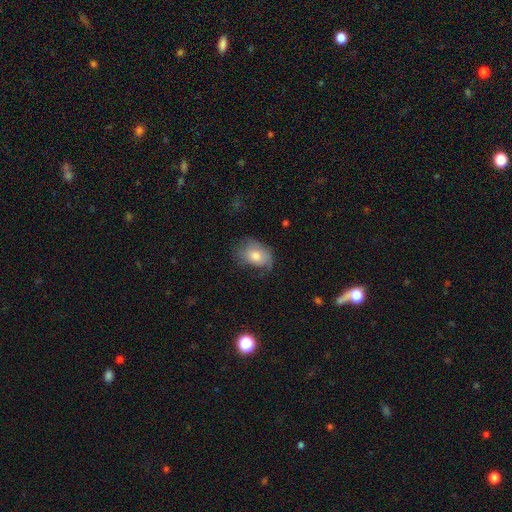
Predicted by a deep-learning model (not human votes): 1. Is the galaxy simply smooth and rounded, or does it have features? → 61% smooth, 30% featured or disk, 9% star or artifact.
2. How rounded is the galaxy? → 77% in between, 22% round, 1% cigar-shaped.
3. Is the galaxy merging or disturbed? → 50% none, 31% minor disturbance, 18% major disturbance, 1% merger.